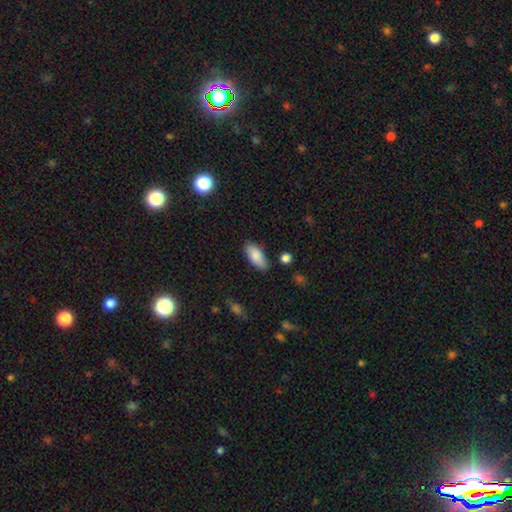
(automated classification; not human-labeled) A smooth galaxy with no disk features (85%) that is in between round and cigar-shaped (88%). Merging: none (81%).